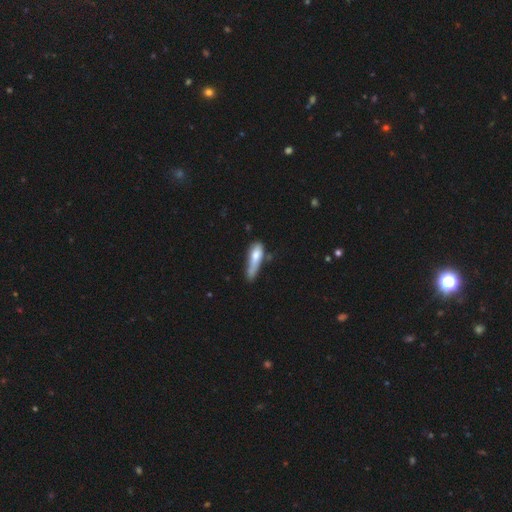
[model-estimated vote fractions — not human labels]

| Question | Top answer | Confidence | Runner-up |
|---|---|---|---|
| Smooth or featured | smooth | 69% | featured or disk (24%) |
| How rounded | cigar-shaped | 62% | in between (35%) |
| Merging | minor disturbance | 33% | none (29%) |